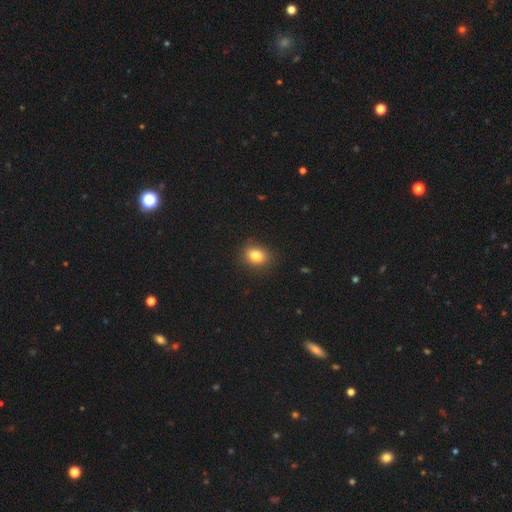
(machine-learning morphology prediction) A smooth galaxy with no disk features (82%) that is in between round and cigar-shaped (60%). Merging: none (84%).